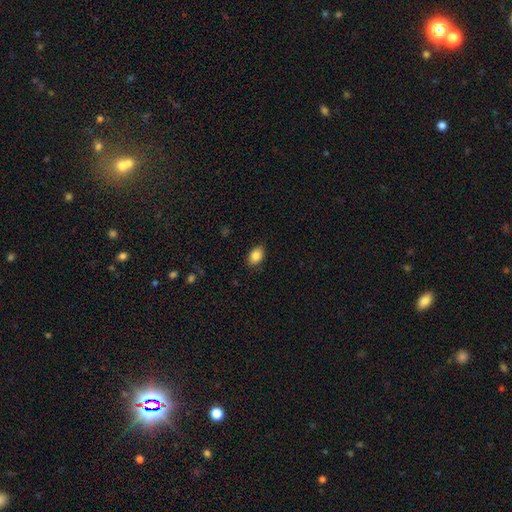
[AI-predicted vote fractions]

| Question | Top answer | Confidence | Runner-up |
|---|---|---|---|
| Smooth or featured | smooth | 85% | star or artifact (8%) |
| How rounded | in between | 86% | round (13%) |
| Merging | none | 86% | minor disturbance (11%) |